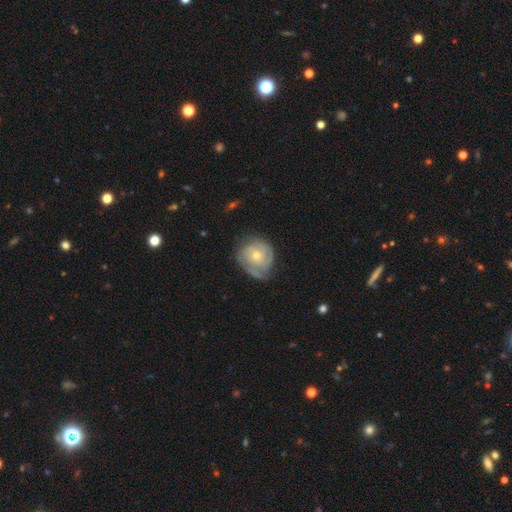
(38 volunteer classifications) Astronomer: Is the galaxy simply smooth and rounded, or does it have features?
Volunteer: featured or disk — 71%.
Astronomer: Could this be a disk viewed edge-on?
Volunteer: no — 96%.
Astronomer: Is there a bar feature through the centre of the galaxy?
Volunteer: no — 81%.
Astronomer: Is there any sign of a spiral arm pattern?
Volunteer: yes — 88%.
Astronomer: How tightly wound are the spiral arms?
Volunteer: tight — 83%.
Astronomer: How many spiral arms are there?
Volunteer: can't tell — 35% (runner-up: 2, 30%).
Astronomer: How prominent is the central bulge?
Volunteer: moderate — 65%.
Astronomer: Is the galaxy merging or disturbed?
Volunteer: none — 58%.